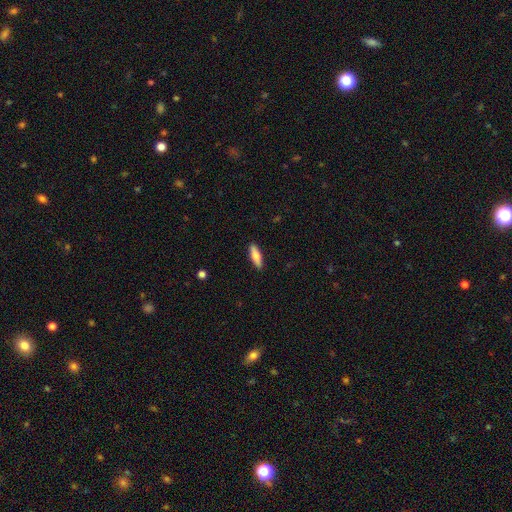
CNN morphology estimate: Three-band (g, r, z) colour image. It shows a smooth galaxy with no disk features (75%) that is cigar-shaped (50%). Merging: none (89%).